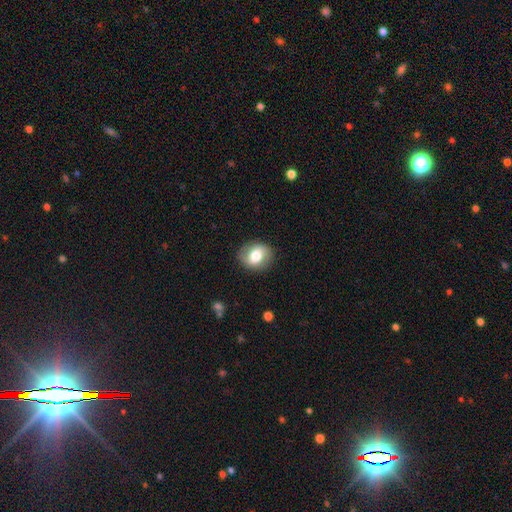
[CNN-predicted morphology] smooth 65%, featured or disk 28%, star or artifact 8%. Down the decision tree: how rounded — round (56%); merging — none (85%).